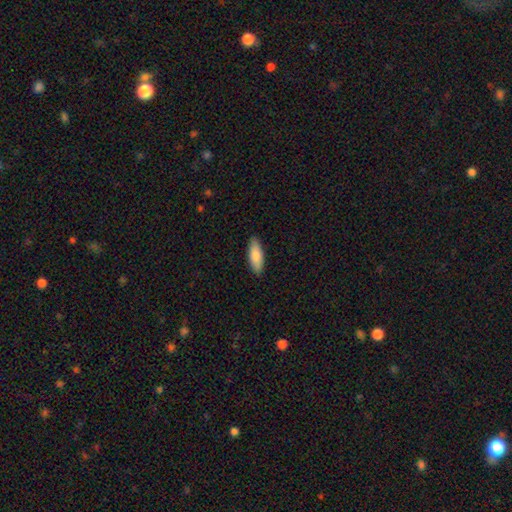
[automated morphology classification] A smooth galaxy with no disk features (83%) that is in between round and cigar-shaped (64%).

Vote fractions:
- Smooth or featured? smooth: 83% / featured or disk: 12% / star or artifact: 5%
- How rounded? in between: 64% / cigar-shaped: 35% / round: 2%
- Merging? none: 89% / minor disturbance: 9% / major disturbance: 2% / merger: 1%